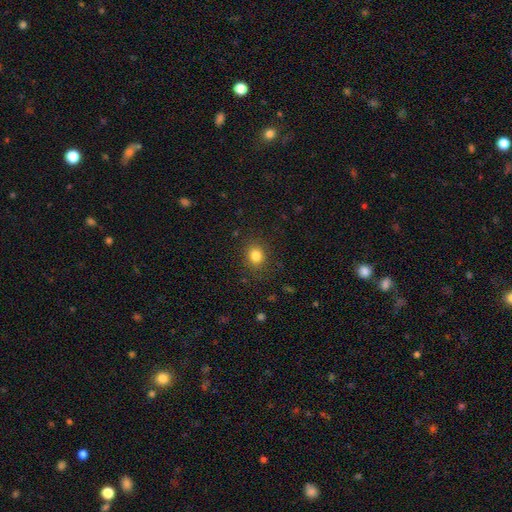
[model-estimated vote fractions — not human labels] A smooth galaxy with no disk features (82%) that is round (69%).

Vote fractions:
- Smooth or featured? smooth: 82% / star or artifact: 12% / featured or disk: 6%
- How rounded? round: 69% / in between: 30% / cigar-shaped: 1%
- Merging? none: 86% / minor disturbance: 10% / major disturbance: 3% / merger: 1%